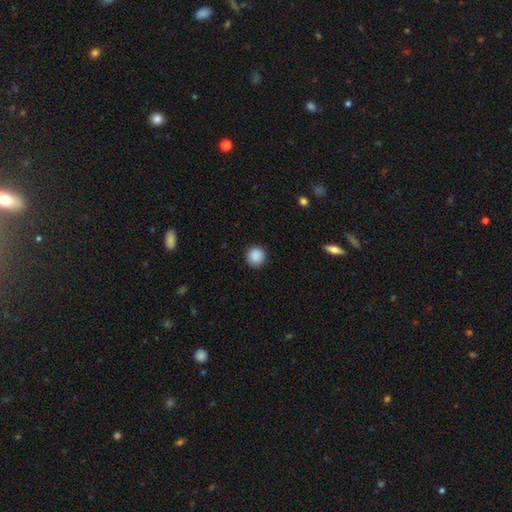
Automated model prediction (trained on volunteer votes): Overall: smooth (89%). How rounded: round (95%). Merging: none (91%).